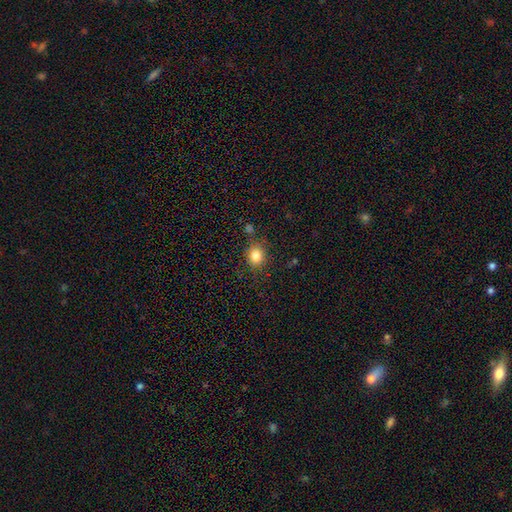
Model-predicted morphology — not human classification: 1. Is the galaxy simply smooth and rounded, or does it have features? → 81% smooth, 12% star or artifact, 7% featured or disk.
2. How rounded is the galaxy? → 77% round, 22% in between, 1% cigar-shaped.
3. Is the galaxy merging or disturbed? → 82% none, 11% minor disturbance, 3% major disturbance, 3% merger.